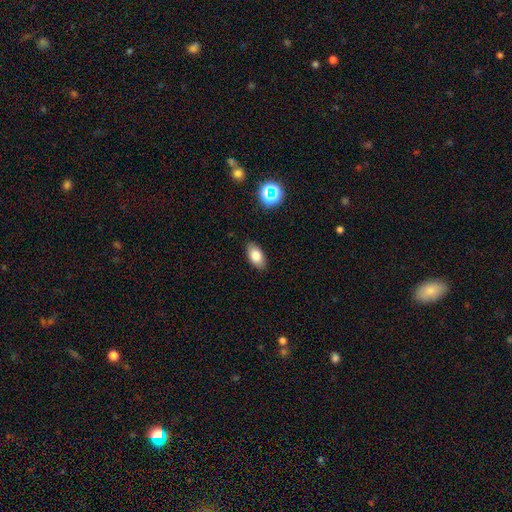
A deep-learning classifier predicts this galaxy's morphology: This is clearly a smooth galaxy (81%). How rounded: clearly in between (92%). Merging: clearly none (87%).